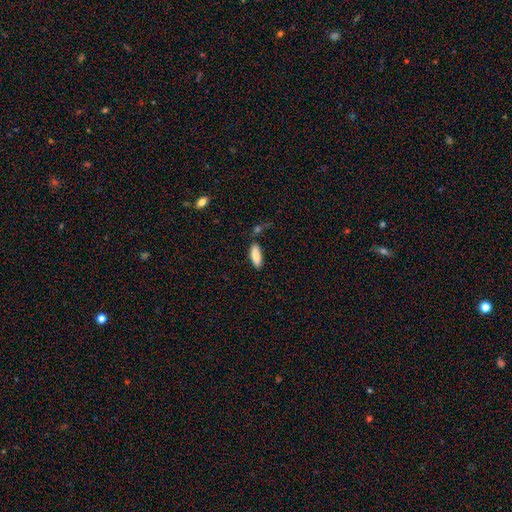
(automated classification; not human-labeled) Morphology: type=smooth (86%); roundness=in between (75%); merging=none (77%).